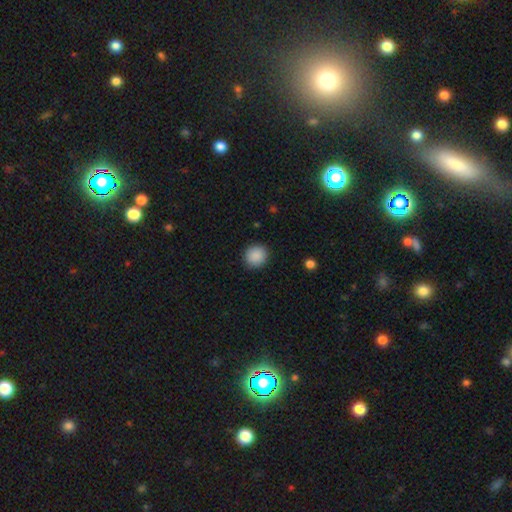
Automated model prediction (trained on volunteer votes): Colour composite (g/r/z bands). It shows a smooth galaxy with no disk features (89%) that is round (89%). Merging: none (91%).